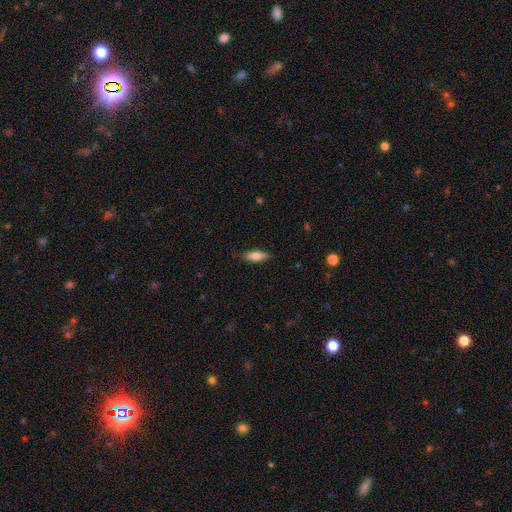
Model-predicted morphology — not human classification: Overall: smooth (73%). How rounded: in between (54%; cigar-shaped 44%). Merging: none (84%).